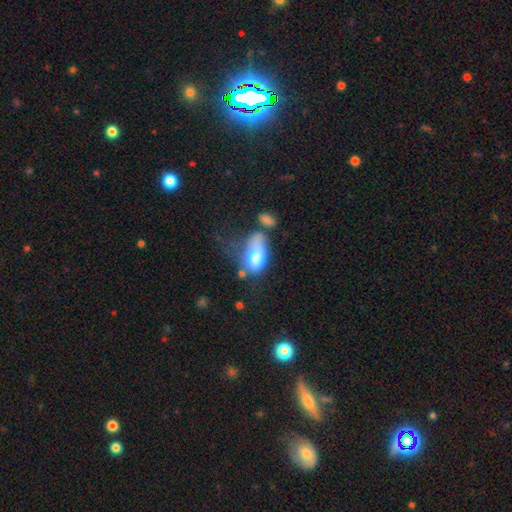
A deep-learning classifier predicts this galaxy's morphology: The model was most divided on "merging": major disturbance: 32%, merger: 26%, minor disturbance: 22%, none: 20%. More confident: how rounded — in between (89%); smooth or featured — smooth (71%).